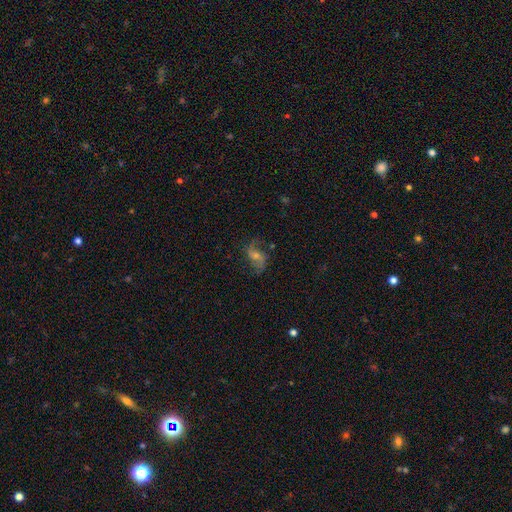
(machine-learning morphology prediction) The model was most divided on "bulge size": moderate: 46%, small: 42%, none: 6%, large: 5%, dominant: 1%. Remaining: edge-on disk — no (96%); spiral arms — yes (93%); spiral arm count — 2 (88%); merging — none (73%); smooth or featured — featured or disk (72%); spiral winding — loose (58%); bar — no (47%).